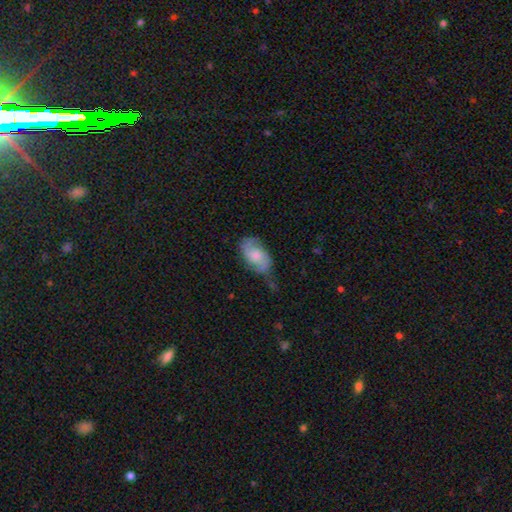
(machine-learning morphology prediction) type=featured or disk (50%); merging=none (57%).